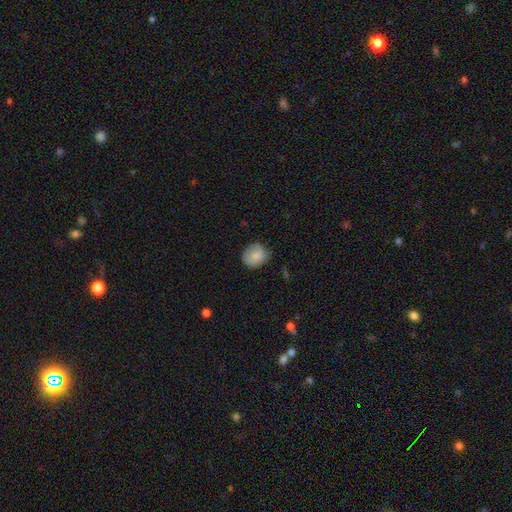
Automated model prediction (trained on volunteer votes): smooth 82%, featured or disk 11%, star or artifact 7%. Down the decision tree: how rounded — round (69%); merging — none (72%).